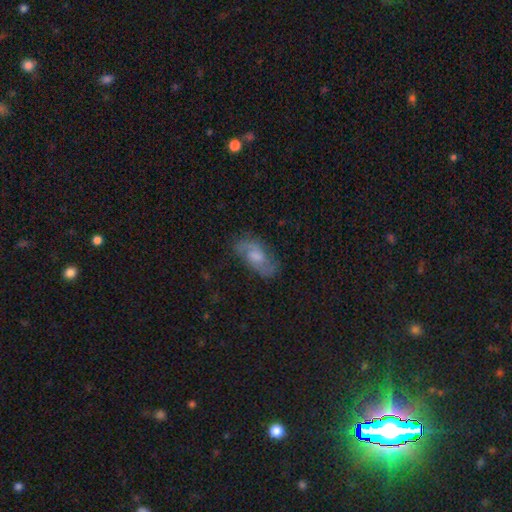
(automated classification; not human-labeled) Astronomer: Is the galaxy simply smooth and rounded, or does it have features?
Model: featured or disk — 63%.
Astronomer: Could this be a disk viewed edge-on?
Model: no — 93%.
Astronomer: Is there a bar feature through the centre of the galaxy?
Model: no — 53% (runner-up: weak, 40%).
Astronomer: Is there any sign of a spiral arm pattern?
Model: yes — 90%.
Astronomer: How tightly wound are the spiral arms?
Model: medium — 45% (runner-up: loose, 35%).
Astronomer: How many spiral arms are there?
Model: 2 — 85%.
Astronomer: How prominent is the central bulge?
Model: moderate — 49%.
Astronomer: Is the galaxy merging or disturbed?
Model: none — 76%.